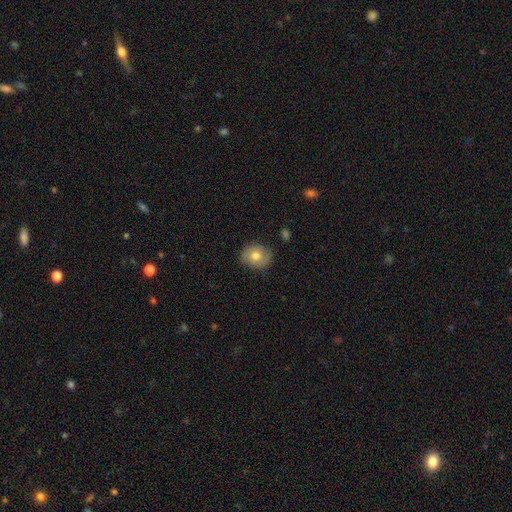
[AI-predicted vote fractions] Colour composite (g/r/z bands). It shows a smooth galaxy with no disk features (69%) that is round (58%). Merging: none (81%).